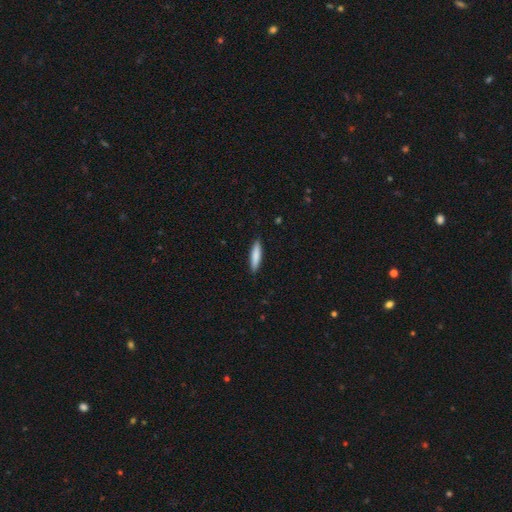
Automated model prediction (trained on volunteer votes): smooth 84%, featured or disk 11%, star or artifact 5%. Down the decision tree: how rounded — cigar-shaped (83%); merging — none (90%).